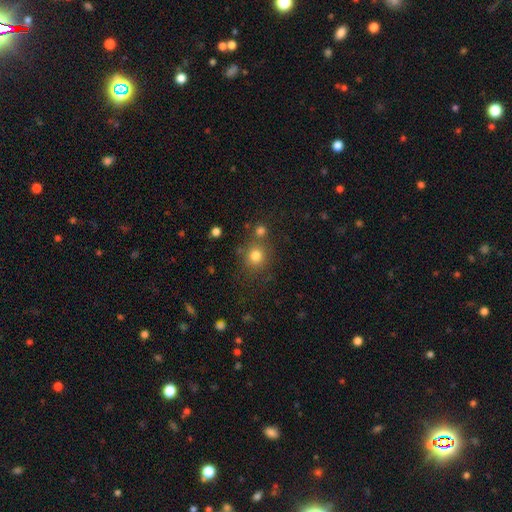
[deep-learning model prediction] Smooth or featured?
  - smooth: 79% *
  - star or artifact: 14%
  - featured or disk: 7%
How rounded?
  - round: 89% *
  - in between: 10%
  - cigar-shaped: 1%
Merging?
  - none: 73% *
  - merger: 14%
  - minor disturbance: 9%
  - major disturbance: 4%